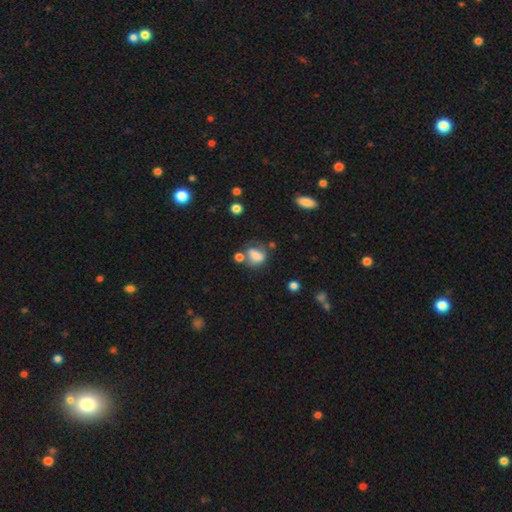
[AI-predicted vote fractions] Overall: smooth (71%). How rounded: in between (63%; round 35%). Merging: none (42%; merger 23%).